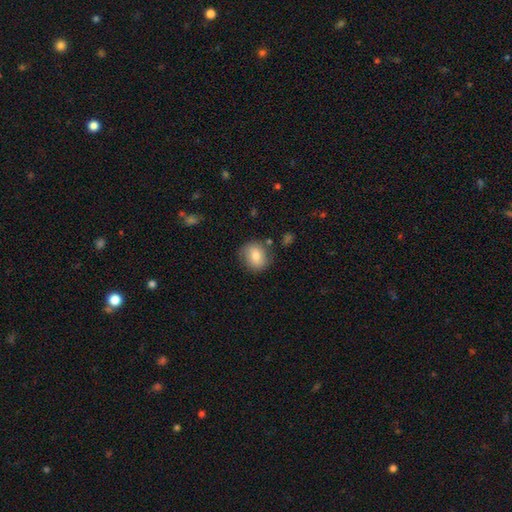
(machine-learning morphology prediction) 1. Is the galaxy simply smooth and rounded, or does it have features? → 74% smooth, 18% featured or disk, 8% star or artifact.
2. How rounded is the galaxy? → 76% round, 23% in between, 1% cigar-shaped.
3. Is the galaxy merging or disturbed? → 76% none, 17% minor disturbance, 5% major disturbance, 2% merger.